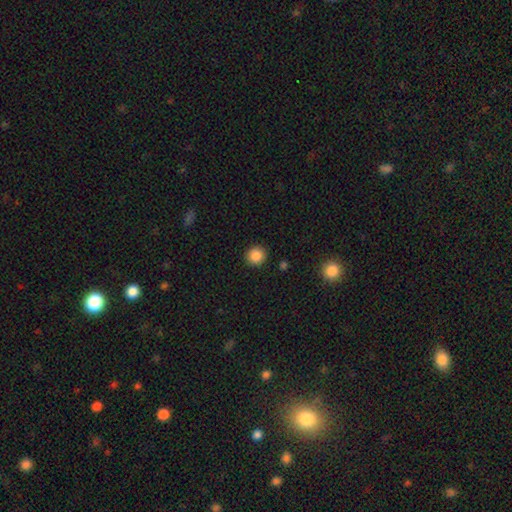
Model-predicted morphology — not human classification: A smooth galaxy with no disk features (86%) that is round (92%).

Vote fractions:
- Smooth or featured? smooth: 86% / star or artifact: 10% / featured or disk: 4%
- How rounded? round: 92% / in between: 7% / cigar-shaped: 1%
- Merging? none: 91% / minor disturbance: 5% / major disturbance: 2% / merger: 1%